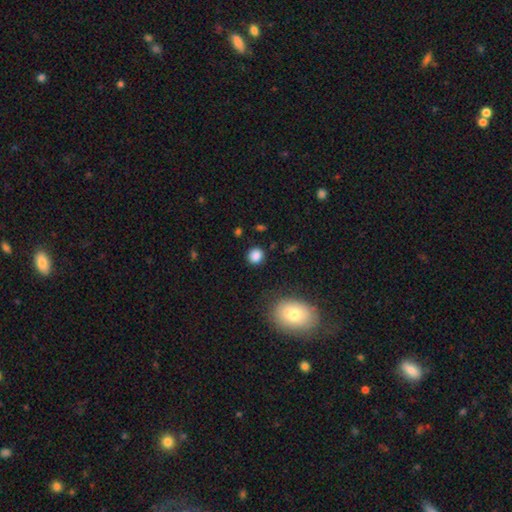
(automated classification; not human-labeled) smooth 85%, star or artifact 11%, featured or disk 4%. Down the decision tree: how rounded — round (85%); merging — none (87%).